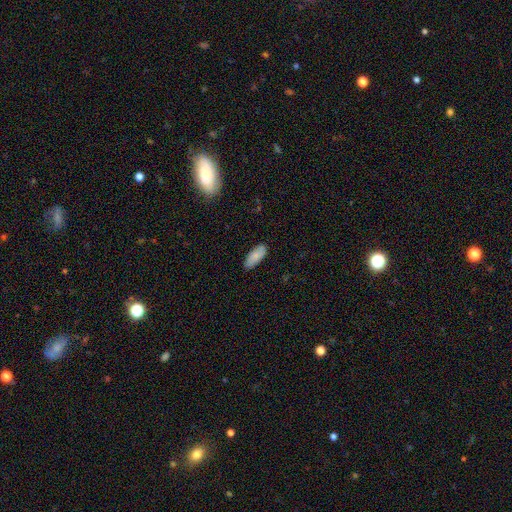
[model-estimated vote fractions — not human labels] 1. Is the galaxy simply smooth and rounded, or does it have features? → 83% smooth, 11% featured or disk, 6% star or artifact.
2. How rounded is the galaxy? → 80% in between, 18% cigar-shaped, 2% round.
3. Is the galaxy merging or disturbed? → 84% none, 13% minor disturbance, 2% major disturbance, 1% merger.